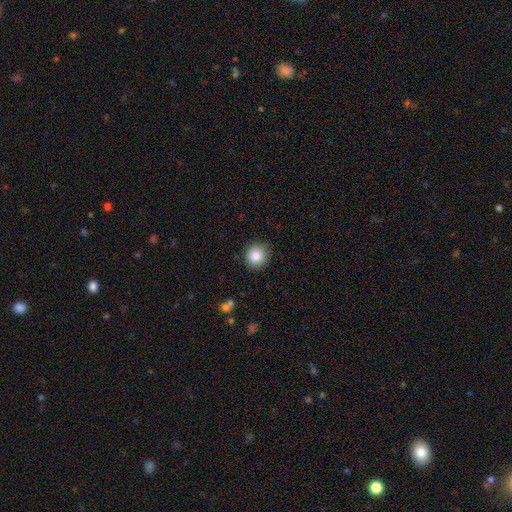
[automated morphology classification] The model was most divided on "smooth or featured": smooth: 85%, star or artifact: 10%, featured or disk: 6%. More confident: how rounded — round (92%); merging — none (88%).